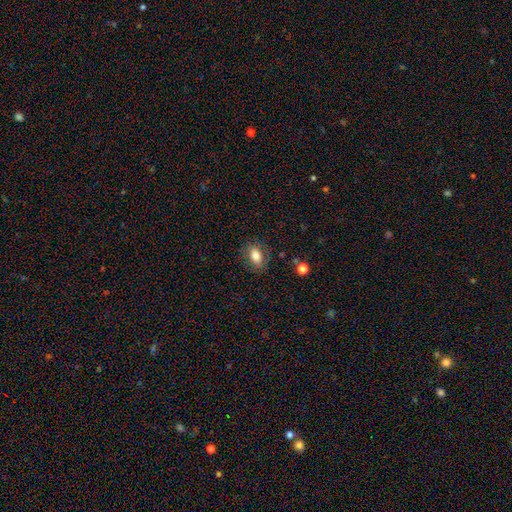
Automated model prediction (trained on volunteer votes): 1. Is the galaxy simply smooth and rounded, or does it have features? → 75% smooth, 16% featured or disk, 9% star or artifact.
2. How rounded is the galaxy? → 80% in between, 18% round, 2% cigar-shaped.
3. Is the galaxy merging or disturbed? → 78% none, 14% minor disturbance, 6% major disturbance, 2% merger.